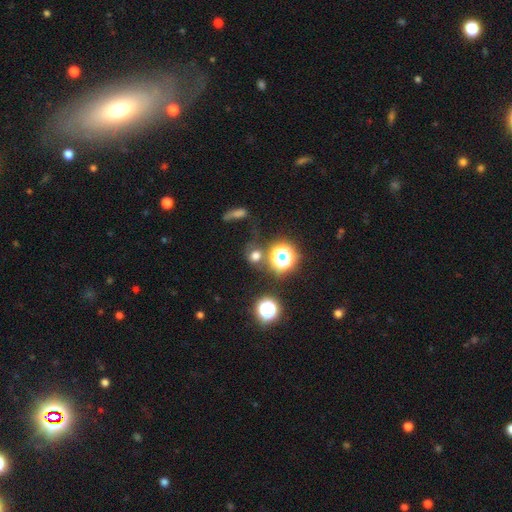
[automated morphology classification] Q: Smooth or featured?
A: smooth (60%); runner-up: star or artifact (30%)
Q: How rounded?
A: round (78%); runner-up: in between (21%)
Q: Merging?
A: none (64%); runner-up: minor disturbance (13%)